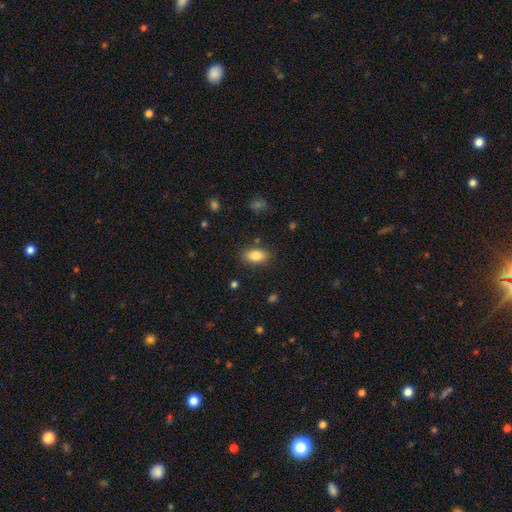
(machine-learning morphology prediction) Smooth or featured? smooth (85%)
How rounded? in between (90%)
Merging? none (84%)